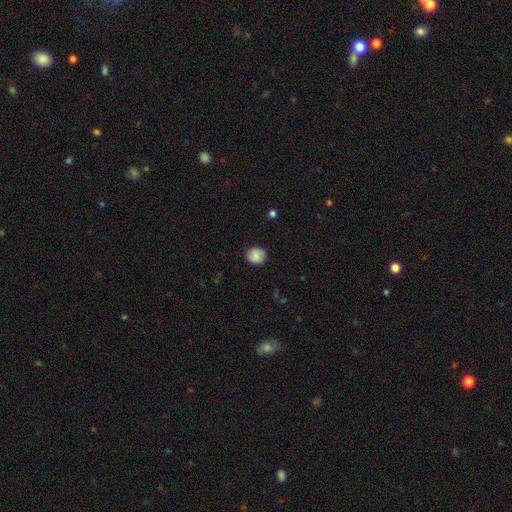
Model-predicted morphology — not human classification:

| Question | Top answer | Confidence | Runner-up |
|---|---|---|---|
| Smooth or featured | smooth | 79% | featured or disk (13%) |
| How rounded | round | 76% | in between (23%) |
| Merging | none | 82% | minor disturbance (14%) |